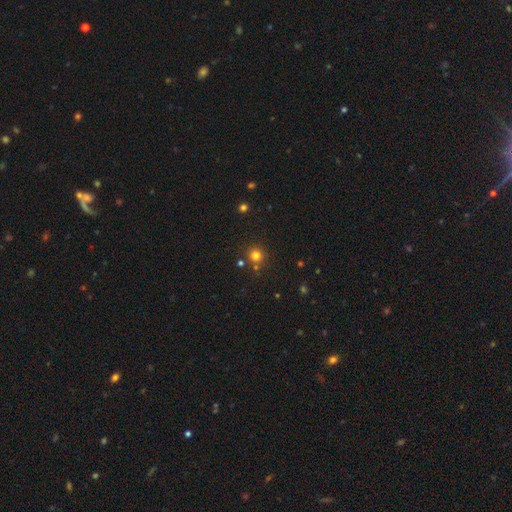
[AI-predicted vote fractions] Smooth or featured: smooth — 76% (star or artifact — 18%)
How rounded: round — 93% (in between — 6%)
Merging: none — 80% (merger — 10%)